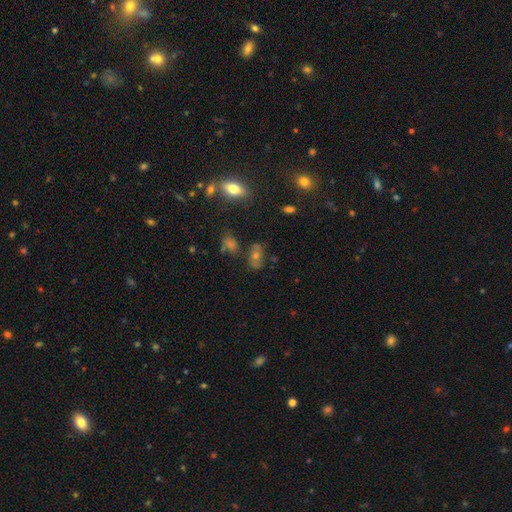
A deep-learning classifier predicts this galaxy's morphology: Smooth or featured: smooth — 41% (featured or disk — 30%)
Merging: none — 64% (minor disturbance — 17%)